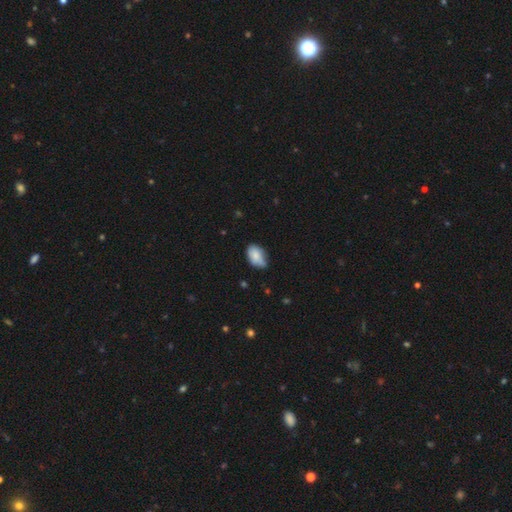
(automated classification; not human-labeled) Smooth or featured: smooth — 80% (featured or disk — 13%)
How rounded: in between — 91% (round — 8%)
Merging: none — 50% (minor disturbance — 41%)